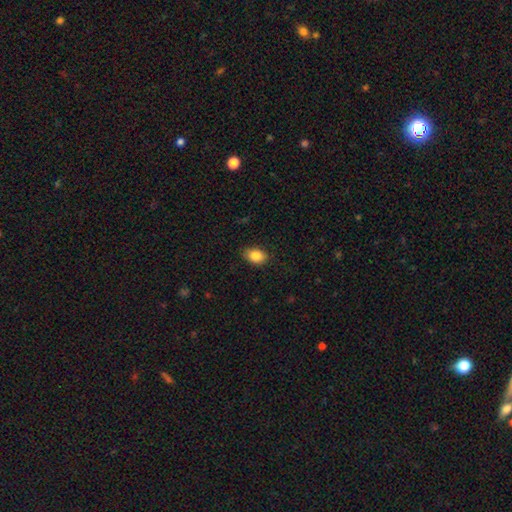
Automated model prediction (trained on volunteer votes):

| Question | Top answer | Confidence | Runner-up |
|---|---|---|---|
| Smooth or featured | smooth | 86% | star or artifact (8%) |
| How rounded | in between | 81% | round (17%) |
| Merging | none | 83% | minor disturbance (13%) |